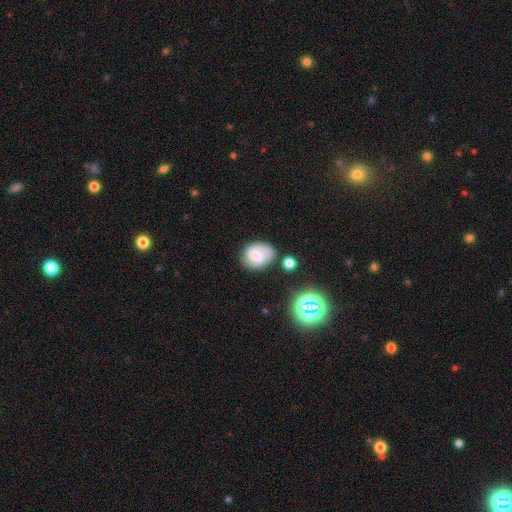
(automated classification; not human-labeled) smooth-or-featured: featured or disk: 50% | smooth: 40% | star or artifact: 10%
  disk-edge-on: no: 97% | yes: 3%
  merging: none: 63% | minor disturbance: 21% | major disturbance: 8% | merger: 8%